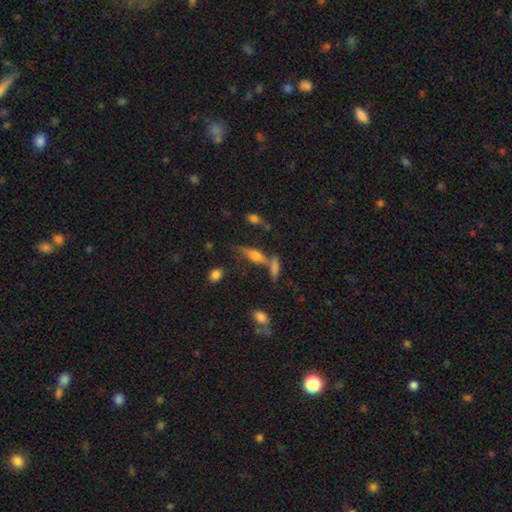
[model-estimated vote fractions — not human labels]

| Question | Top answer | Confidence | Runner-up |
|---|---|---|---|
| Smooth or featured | featured or disk | 48% | smooth (39%) |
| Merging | none | 56% | merger (23%) |